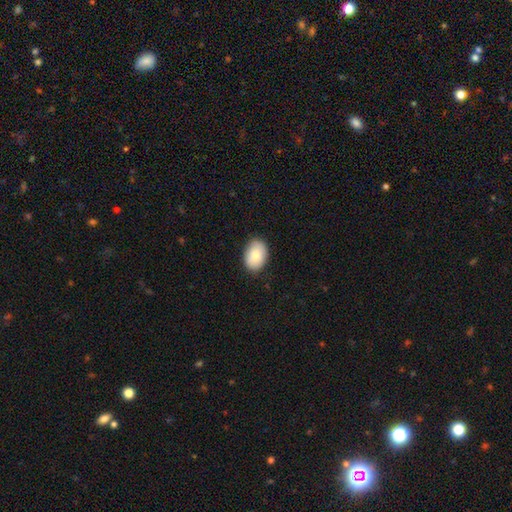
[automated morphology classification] This is clearly a smooth galaxy (81%). How rounded: clearly in between (83%). Merging: clearly none (87%).